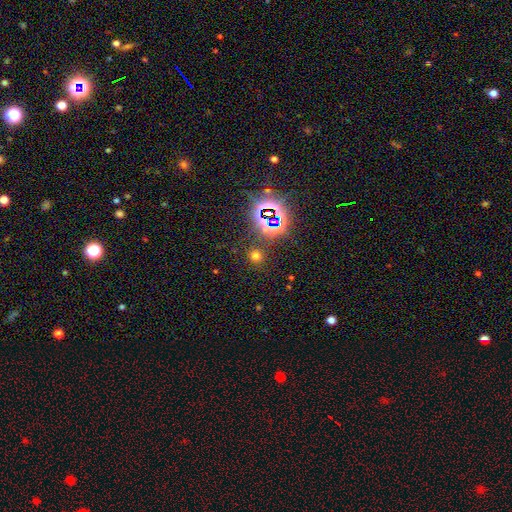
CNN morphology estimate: Smooth or featured? smooth (57%)
How rounded? round (87%)
Merging? none (86%)